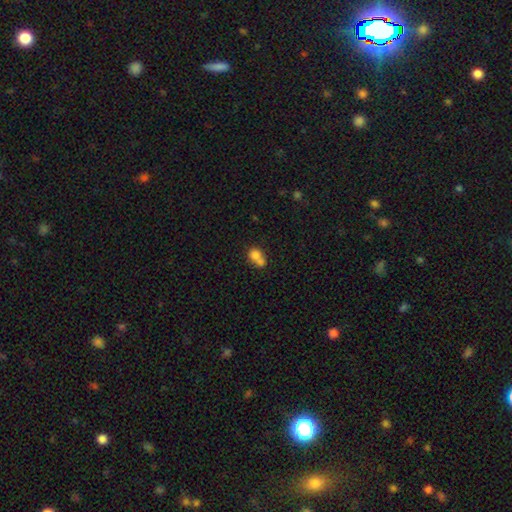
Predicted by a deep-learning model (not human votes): Smooth or featured? Predicted: smooth (p=0.75). How rounded? Predicted: round (p=0.68). Merging? Predicted: merger (p=0.61).